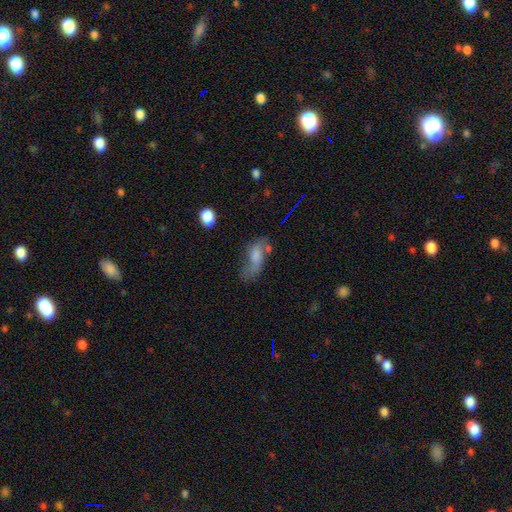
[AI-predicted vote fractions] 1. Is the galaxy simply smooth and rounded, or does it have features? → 45% featured or disk, 43% smooth, 12% star or artifact.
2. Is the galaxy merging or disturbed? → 43% none, 26% minor disturbance, 23% major disturbance, 7% merger.